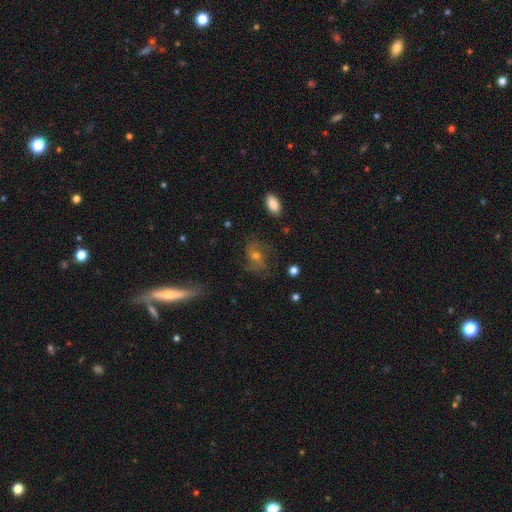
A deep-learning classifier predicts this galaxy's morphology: Smooth or featured?
  - featured or disk: 69% *
  - smooth: 18%
  - star or artifact: 13%
Edge-on disk?
  - no: 96% *
  - yes: 4%
Bar?
  - no: 58% *
  - weak: 34%
  - strong: 8%
Spiral arms?
  - yes: 91% *
  - no: 9%
Spiral winding?
  - medium: 48% *
  - loose: 31%
  - tight: 21%
Spiral arm count?
  - 2: 61% *
  - can't tell: 15%
  - 3: 13%
  - 1: 4%
  - 4: 4%
  - more than 4: 3%
Bulge size?
  - moderate: 56% *
  - small: 36%
  - large: 5%
  - none: 3%
  - dominant: 1%
Merging?
  - none: 70% *
  - minor disturbance: 17%
  - major disturbance: 11%
  - merger: 2%